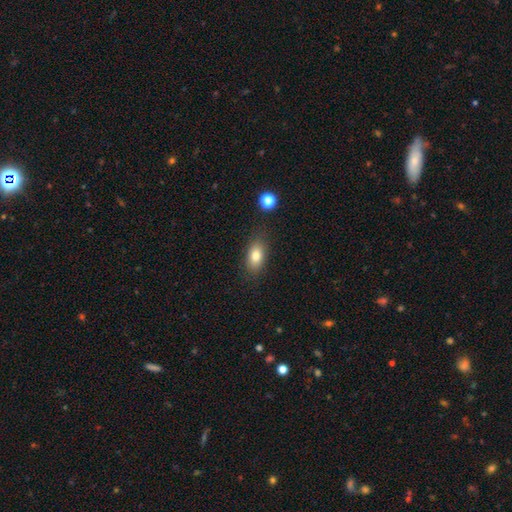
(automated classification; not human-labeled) Smooth or featured?
  - smooth: 81% *
  - featured or disk: 10%
  - star or artifact: 9%
How rounded?
  - in between: 86% *
  - round: 10%
  - cigar-shaped: 4%
Merging?
  - none: 83% *
  - minor disturbance: 12%
  - major disturbance: 3%
  - merger: 2%